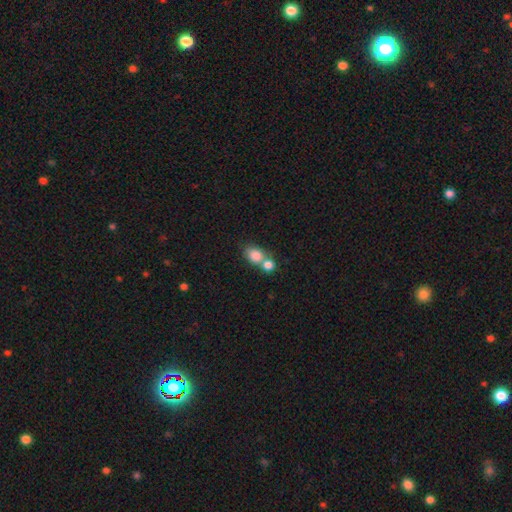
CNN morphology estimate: smooth-or-featured: smooth: 82% | featured or disk: 9% | star or artifact: 9%
  how-rounded: in between: 59% | round: 39% | cigar-shaped: 2%
  merging: merger: 53% | none: 35% | minor disturbance: 8% | major disturbance: 4%